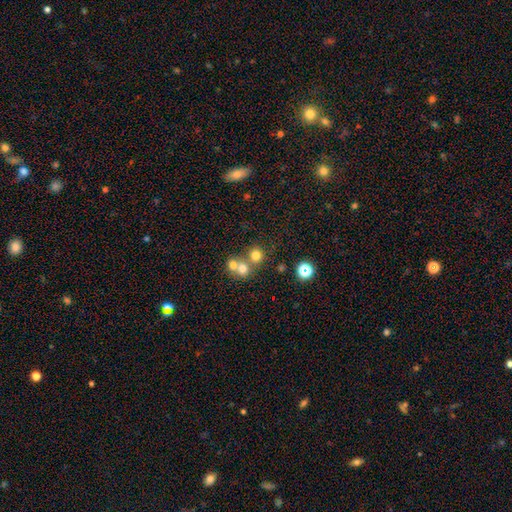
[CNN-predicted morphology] smooth_or_featured: smooth (p=0.72) [alt: star or artifact p=0.18]
how_rounded: round (p=0.88) [alt: in between p=0.12]
merging: none (p=0.53) [alt: merger p=0.38]